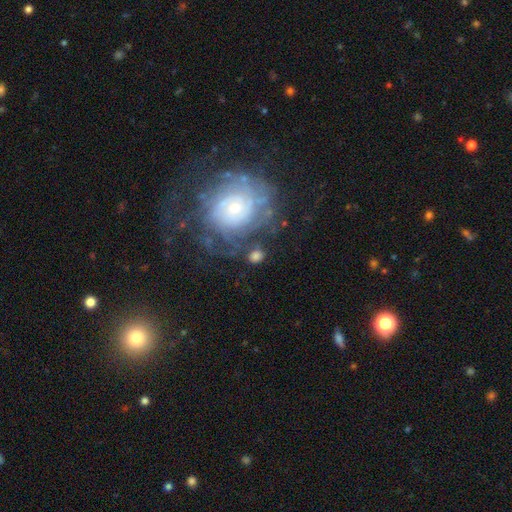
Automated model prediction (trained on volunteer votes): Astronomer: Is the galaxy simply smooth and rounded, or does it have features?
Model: featured or disk — 50% (runner-up: smooth, 39%).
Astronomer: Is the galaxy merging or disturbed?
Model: none — 64%.